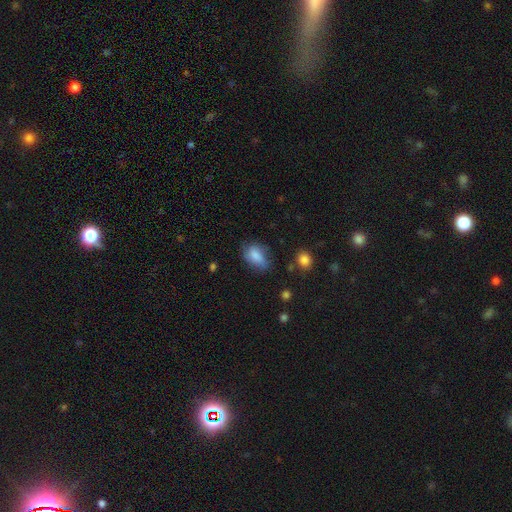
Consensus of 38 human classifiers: smooth-or-featured: smooth: 82% | featured or disk: 11% | star or artifact: 8%
  how-rounded: in between: 87% | round: 10% | cigar-shaped: 3%
  merging: minor disturbance: 51% | none: 29% | major disturbance: 17% | merger: 3%